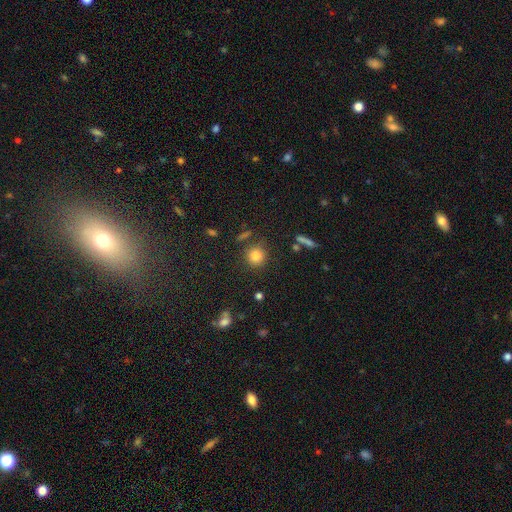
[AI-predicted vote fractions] smooth_or_featured: smooth (p=0.81) [alt: star or artifact p=0.13]
how_rounded: round (p=0.90) [alt: in between p=0.09]
merging: none (p=0.82) [alt: minor disturbance p=0.10]